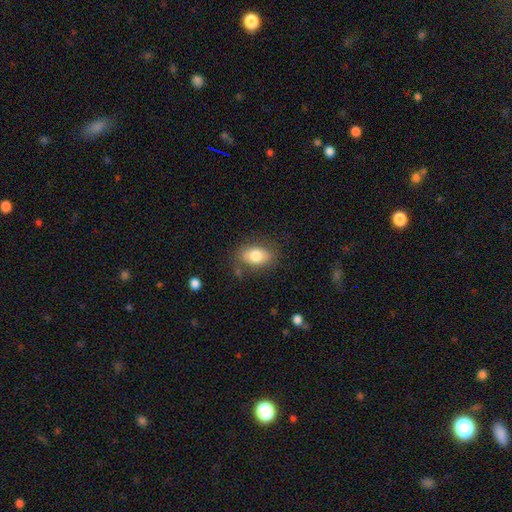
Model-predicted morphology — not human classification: smooth-or-featured: smooth: 78% | featured or disk: 14% | star or artifact: 8%
  how-rounded: in between: 87% | round: 11% | cigar-shaped: 2%
  merging: none: 77% | minor disturbance: 15% | major disturbance: 5% | merger: 3%